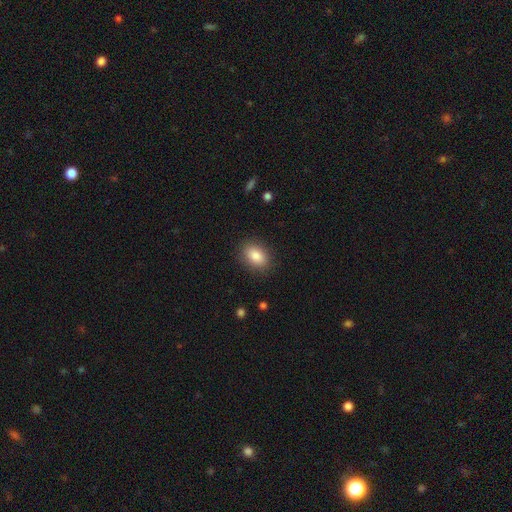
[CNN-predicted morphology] This appears to be a smooth galaxy with no disk features (86%) that is in between round and cigar-shaped (83%). Merging: none (87%).